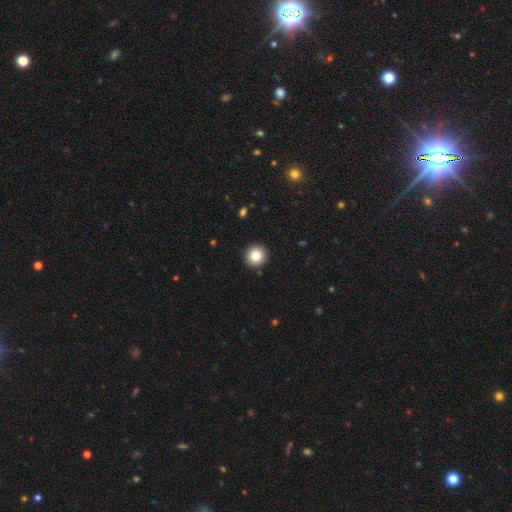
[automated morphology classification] Smooth or featured? smooth (83%)
How rounded? round (93%)
Merging? none (93%)